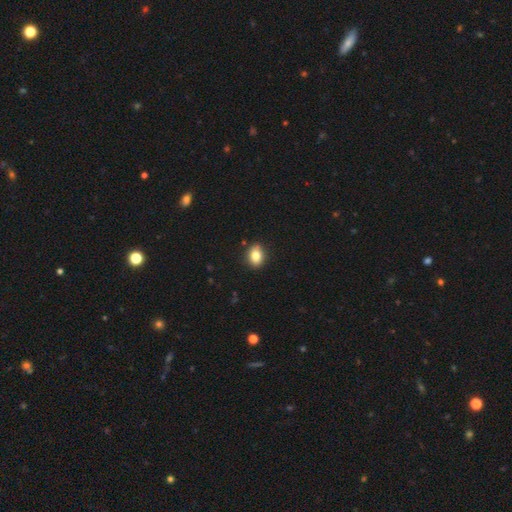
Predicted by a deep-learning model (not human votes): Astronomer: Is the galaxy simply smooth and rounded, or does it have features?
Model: smooth — 83%.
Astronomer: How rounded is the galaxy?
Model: in between — 66%.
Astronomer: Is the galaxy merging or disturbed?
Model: none — 88%.